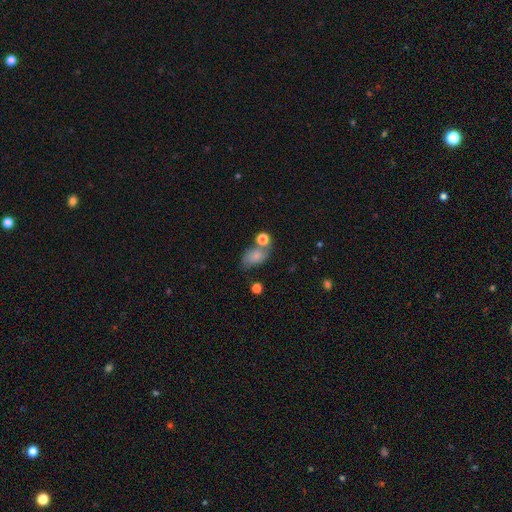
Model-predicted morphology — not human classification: A smooth galaxy with no disk features (74%) that is in between round and cigar-shaped (83%). Merging: none (50%).